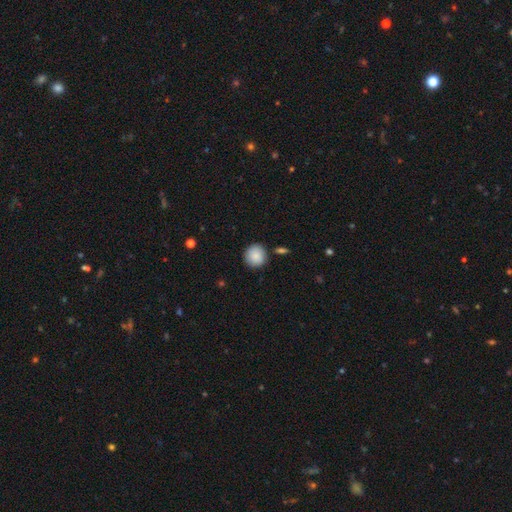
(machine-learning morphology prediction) Smooth or featured? smooth (88%)
How rounded? round (92%)
Merging? none (85%)